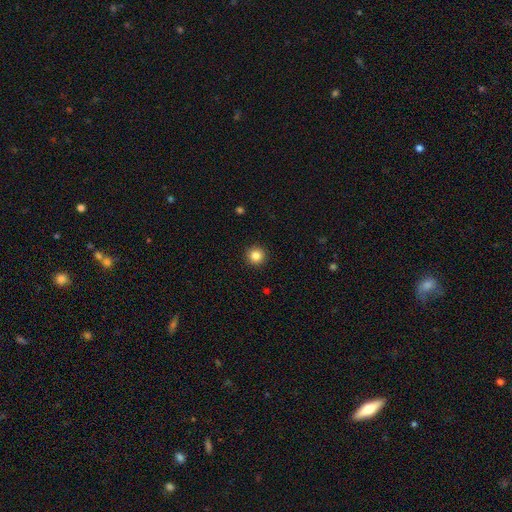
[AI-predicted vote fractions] smooth_or_featured: smooth (p=0.85) [alt: star or artifact p=0.11]
how_rounded: round (p=0.96) [alt: in between p=0.03]
merging: none (p=0.93) [alt: minor disturbance p=0.04]